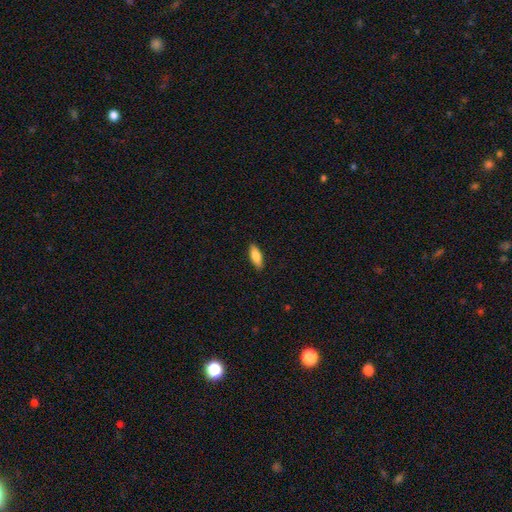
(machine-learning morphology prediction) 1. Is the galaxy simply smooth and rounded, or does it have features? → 84% smooth, 11% featured or disk, 6% star or artifact.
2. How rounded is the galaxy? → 65% in between, 33% cigar-shaped, 2% round.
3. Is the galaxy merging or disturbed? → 88% none, 9% minor disturbance, 2% major disturbance, 1% merger.